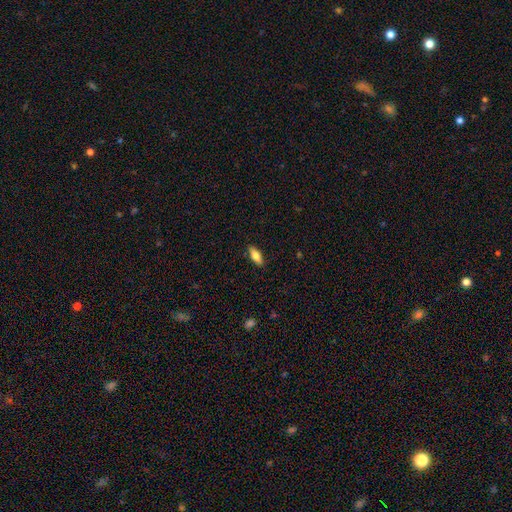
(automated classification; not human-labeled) This is likely a smooth galaxy (75%). How rounded: likely in between (77%). Merging: clearly none (88%).